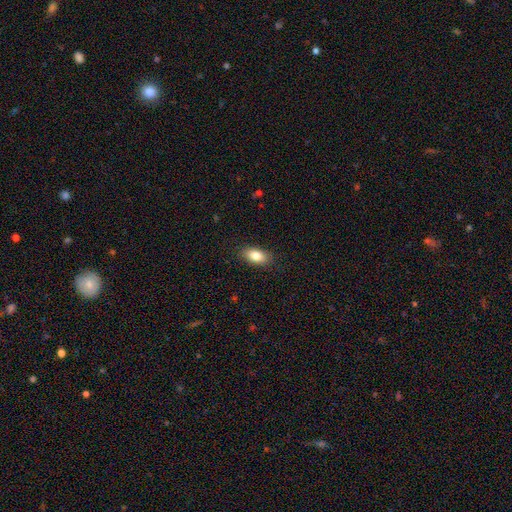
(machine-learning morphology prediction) Smooth or featured?
  - smooth: 83% *
  - featured or disk: 10%
  - star or artifact: 8%
How rounded?
  - in between: 90% *
  - cigar-shaped: 5%
  - round: 5%
Merging?
  - none: 88% *
  - minor disturbance: 9%
  - major disturbance: 2%
  - merger: 1%